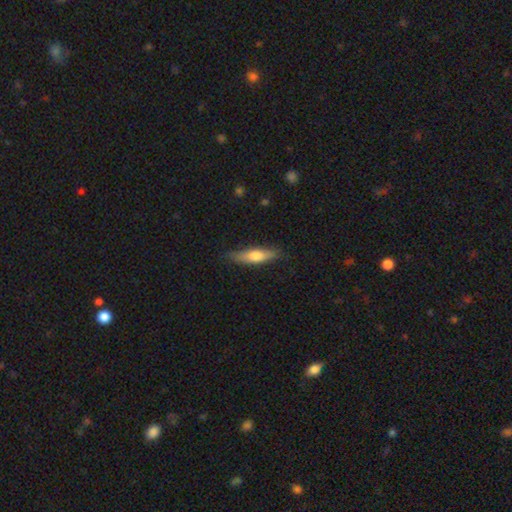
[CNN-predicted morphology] Smooth or featured?
  - smooth: 65% *
  - featured or disk: 29%
  - star or artifact: 5%
How rounded?
  - cigar-shaped: 66% *
  - in between: 32%
  - round: 2%
Merging?
  - none: 81% *
  - minor disturbance: 15%
  - major disturbance: 3%
  - merger: 1%